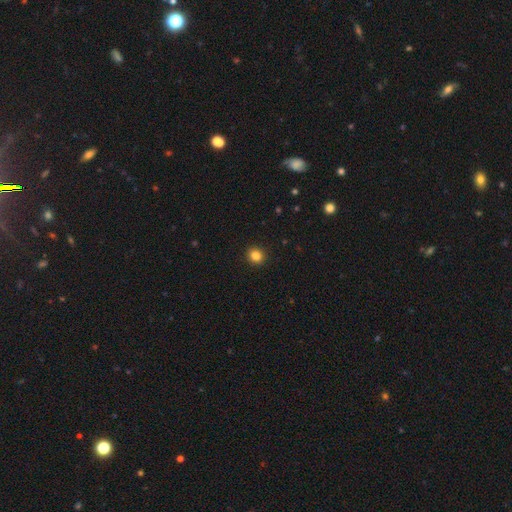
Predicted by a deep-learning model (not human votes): smooth 85%, star or artifact 11%, featured or disk 4%. Down the decision tree: how rounded — round (83%); merging — none (92%).